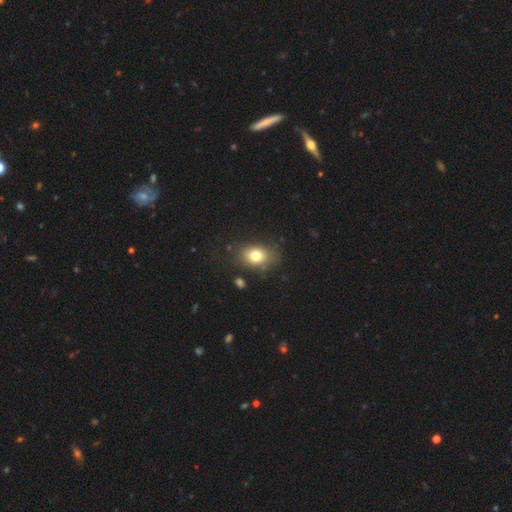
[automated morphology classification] A smooth galaxy with no disk features (78%) that is in between round and cigar-shaped (71%). Merging: none (75%).